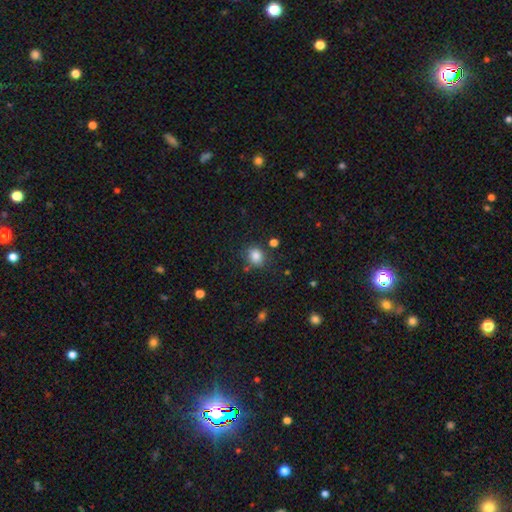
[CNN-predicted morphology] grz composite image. It shows a smooth galaxy with no disk features (83%) that is round (66%). Merging: none (76%).